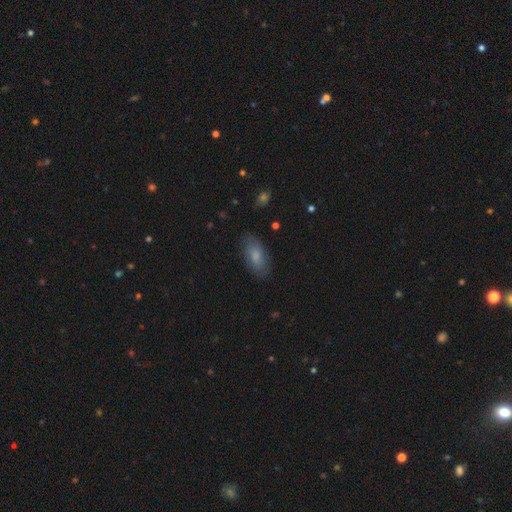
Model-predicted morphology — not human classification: The model was most divided on "smooth or featured": smooth: 72%, featured or disk: 21%, star or artifact: 7%. More confident: how rounded — in between (90%); merging — none (79%).